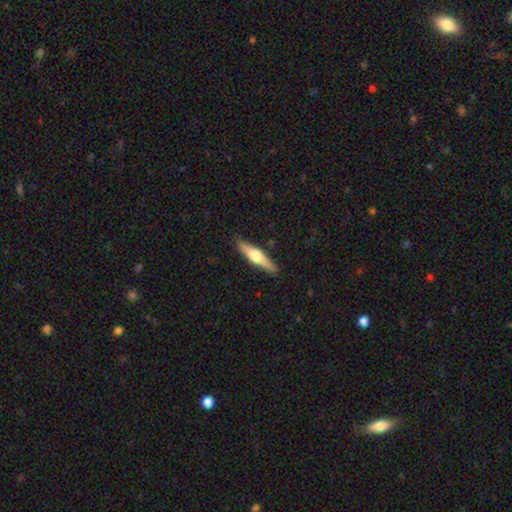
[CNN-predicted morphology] Smooth or featured? featured or disk (53%)
Edge-on disk? yes (95%)
Edge-on bulge? rounded (92%)
Merging? none (89%)